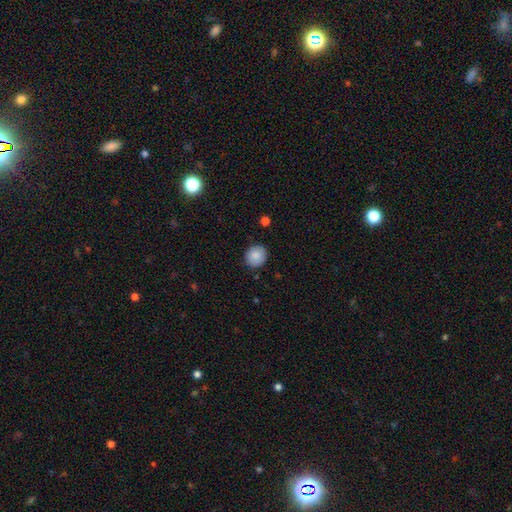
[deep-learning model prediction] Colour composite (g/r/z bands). It shows a smooth galaxy with no disk features (88%) that is round (85%). Merging: none (88%).